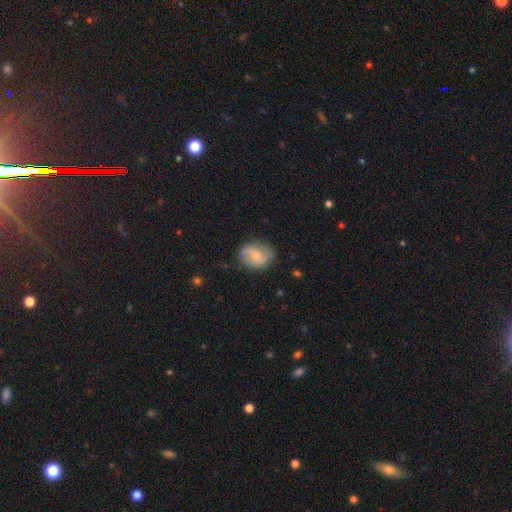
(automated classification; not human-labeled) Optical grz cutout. It shows a featured or disk galaxy (62%) with no bar (59%), 2 (85%) medium (42%) spiral arms (88%) and a small central bulge (51%). Merging: none (74%).